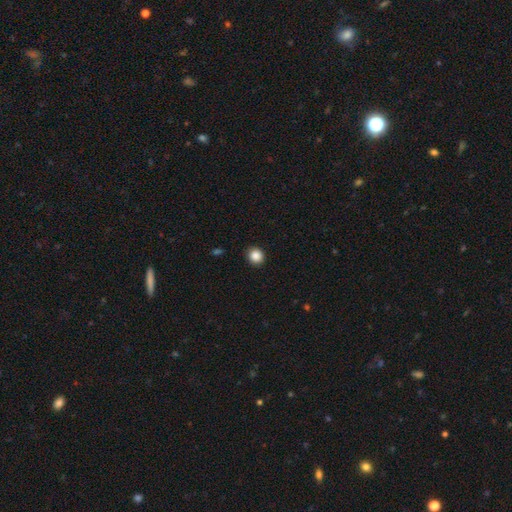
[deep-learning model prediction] The model was most divided on "how rounded": round: 84%, in between: 15%, cigar-shaped: 1%. More confident: merging — none (91%); smooth or featured — smooth (87%).